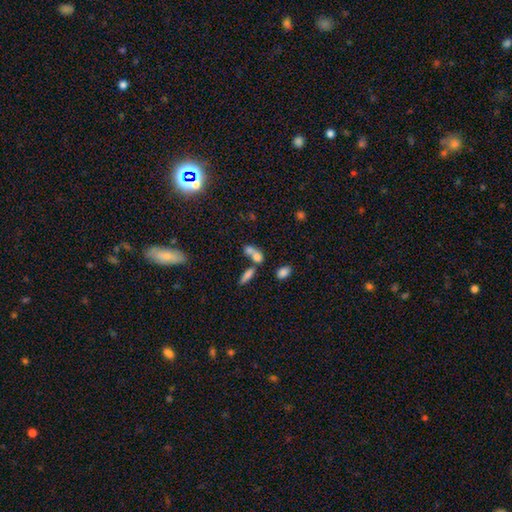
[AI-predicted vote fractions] Smooth or featured?
  - smooth: 70% *
  - featured or disk: 18%
  - star or artifact: 12%
How rounded?
  - in between: 67% *
  - round: 18%
  - cigar-shaped: 14%
Merging?
  - merger: 58% *
  - none: 28%
  - minor disturbance: 8%
  - major disturbance: 6%